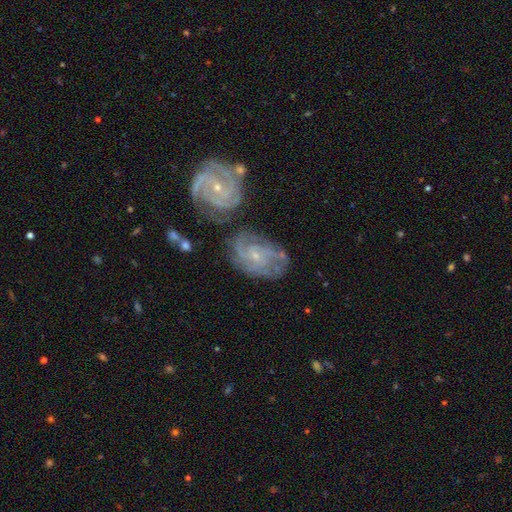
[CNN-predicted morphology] Overall: featured or disk (86%). Edge-on disk: no (97%). Bar: no (69%). Spiral arms: yes (96%). Spiral arm count: 3 (34%; can't tell 23%). Spiral winding: tight (59%; medium 34%). Bulge size: small (81%). Merging: none (51%; minor disturbance 20%).